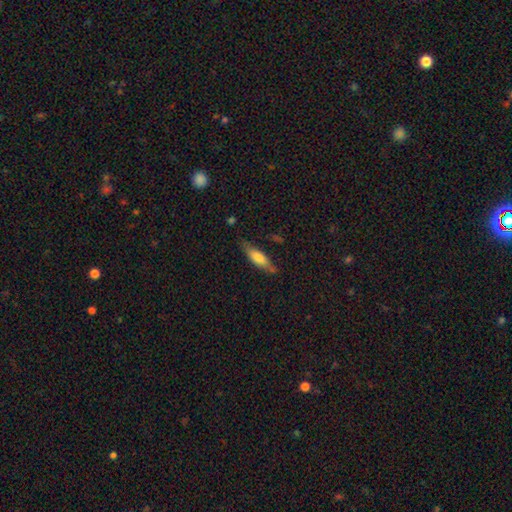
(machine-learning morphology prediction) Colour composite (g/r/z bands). It shows a smooth galaxy with no disk features (60%) that is cigar-shaped (57%). Merging: none (72%).